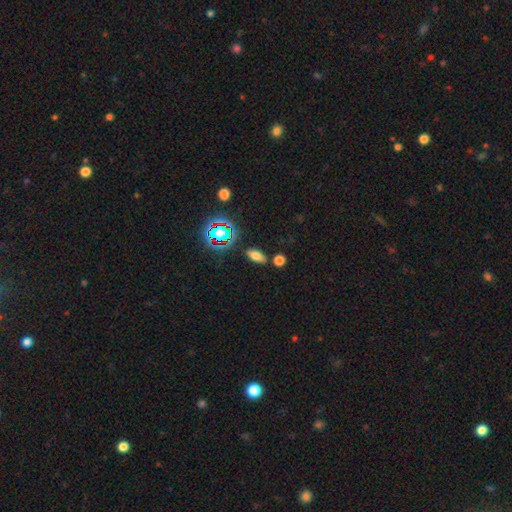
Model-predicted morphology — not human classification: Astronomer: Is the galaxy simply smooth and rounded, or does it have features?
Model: smooth — 72%.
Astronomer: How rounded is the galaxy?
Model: in between — 81%.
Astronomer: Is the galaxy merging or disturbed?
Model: none — 80%.